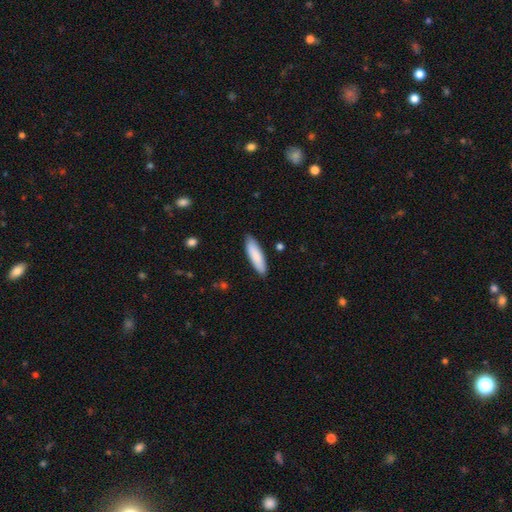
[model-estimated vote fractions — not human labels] smooth 85%, featured or disk 10%, star or artifact 5%. Down the decision tree: how rounded — cigar-shaped (63%); merging — none (87%).